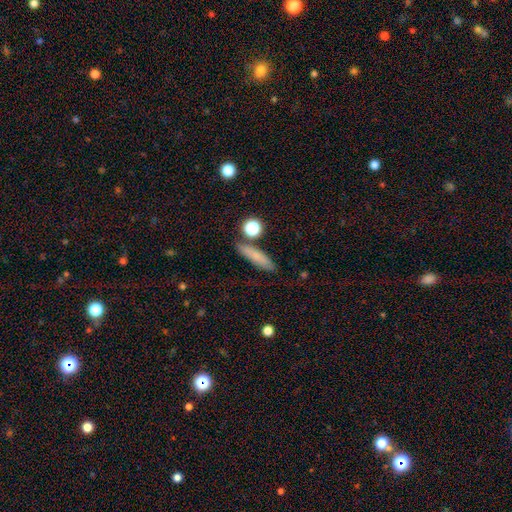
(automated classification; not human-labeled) Smooth or featured?
  - smooth: 74% *
  - featured or disk: 17%
  - star or artifact: 9%
How rounded?
  - cigar-shaped: 69% *
  - in between: 26%
  - round: 6%
Merging?
  - none: 79% *
  - minor disturbance: 12%
  - merger: 6%
  - major disturbance: 3%